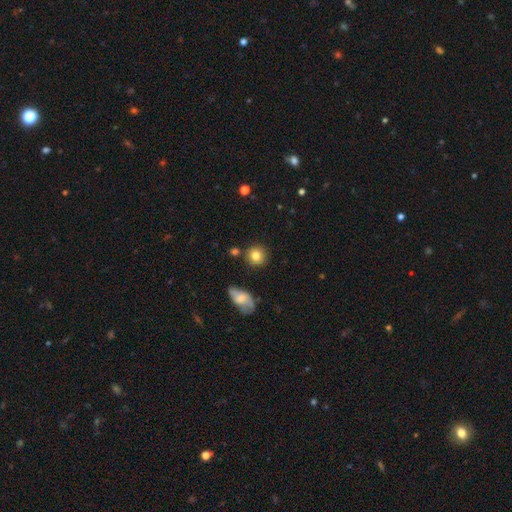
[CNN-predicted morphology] Overall: smooth (82%). How rounded: round (89%). Merging: none (81%).